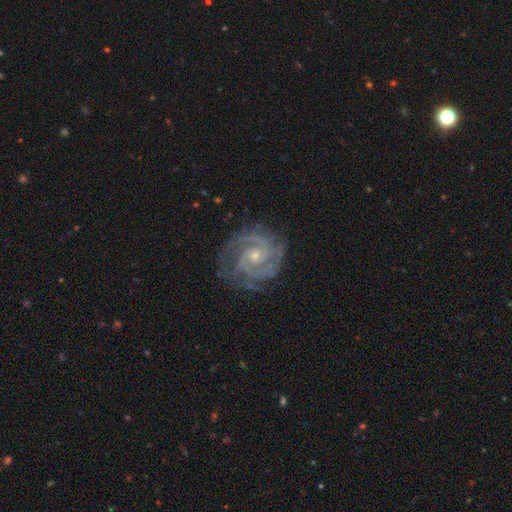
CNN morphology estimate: Overall: featured or disk (92%). Edge-on disk: no (98%). Bar: no (64%; weak 29%). Spiral arms: yes (98%). Spiral arm count: 2 (56%; 3 24%). Spiral winding: tight (65%; medium 31%). Bulge size: small (62%; moderate 35%). Merging: none (77%).